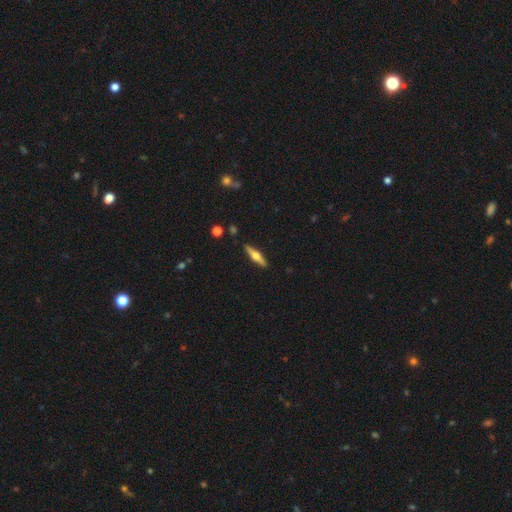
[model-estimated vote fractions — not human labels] Smooth or featured: featured or disk — 58% (smooth — 36%)
Edge-on disk: yes — 95% (no — 5%)
Edge-on bulge: rounded — 93% (boxy — 4%)
Merging: none — 90% (minor disturbance — 7%)